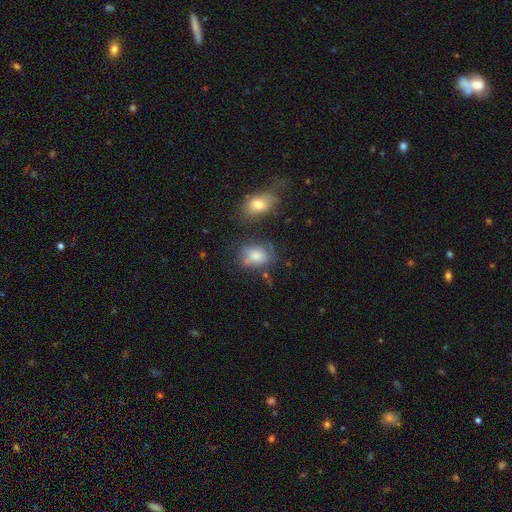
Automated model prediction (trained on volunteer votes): This is likely a smooth galaxy (73%). How rounded: likely in between (73%). Merging: possibly none (49%).